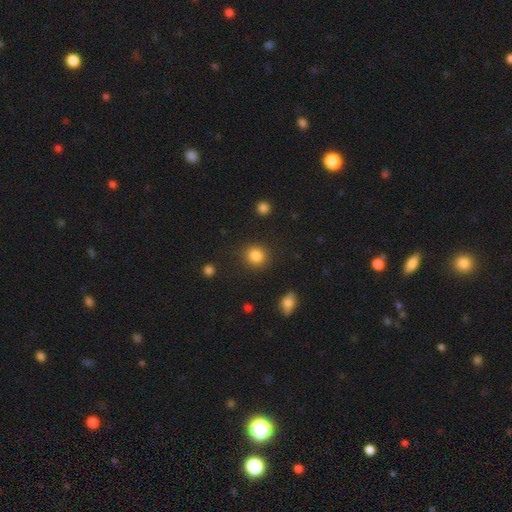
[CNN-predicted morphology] Smooth or featured? Predicted: smooth (p=0.85). How rounded? Predicted: round (p=0.88). Merging? Predicted: none (p=0.88).